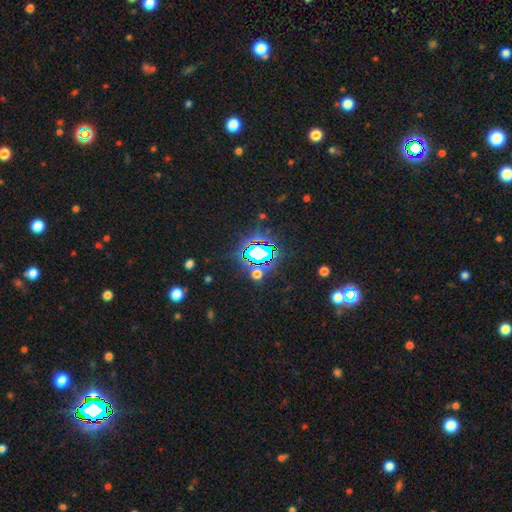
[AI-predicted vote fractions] This is likely a star or artifact rather than a galaxy (72%).